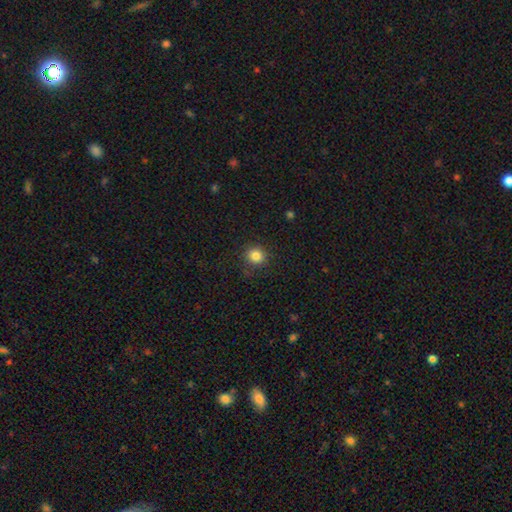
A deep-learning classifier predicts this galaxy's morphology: This is clearly a smooth galaxy (83%). How rounded: clearly round (89%). Merging: clearly none (86%).